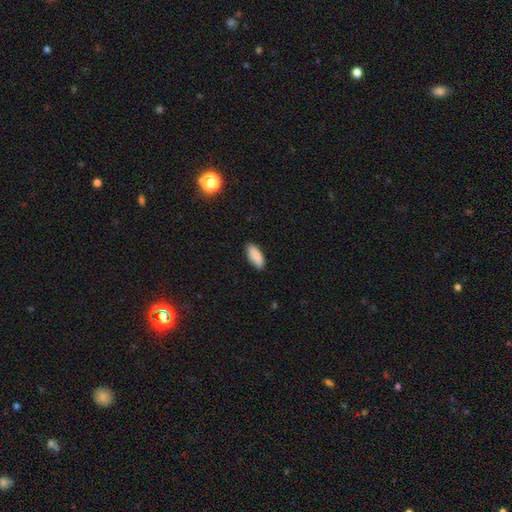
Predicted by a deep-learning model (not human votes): Morphology: type=smooth (89%); roundness=in between (83%); merging=none (87%).